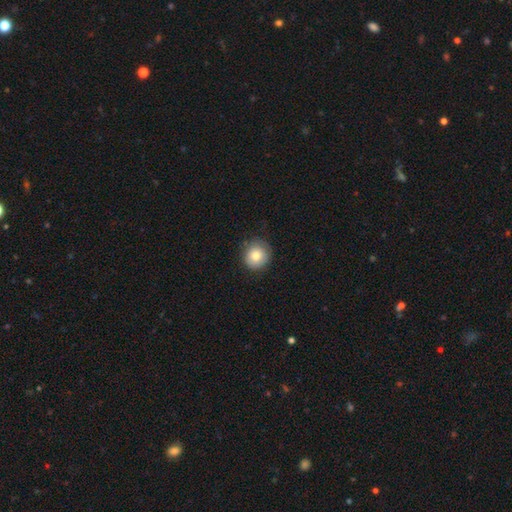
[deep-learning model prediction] Smooth or featured?
  - smooth: 80% *
  - featured or disk: 12%
  - star or artifact: 9%
How rounded?
  - round: 91% *
  - in between: 8%
  - cigar-shaped: 1%
Merging?
  - none: 80% *
  - minor disturbance: 16%
  - major disturbance: 3%
  - merger: 1%